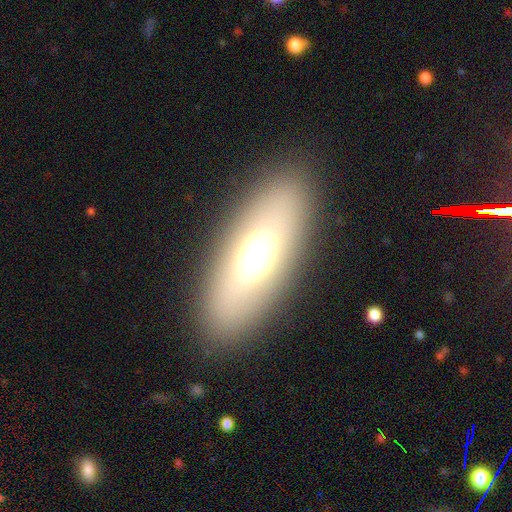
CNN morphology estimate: smooth-or-featured: smooth: 57% | featured or disk: 32% | star or artifact: 12%
  how-rounded: in between: 76% | cigar-shaped: 17% | round: 7%
  merging: none: 87% | minor disturbance: 8% | major disturbance: 4% | merger: 1%